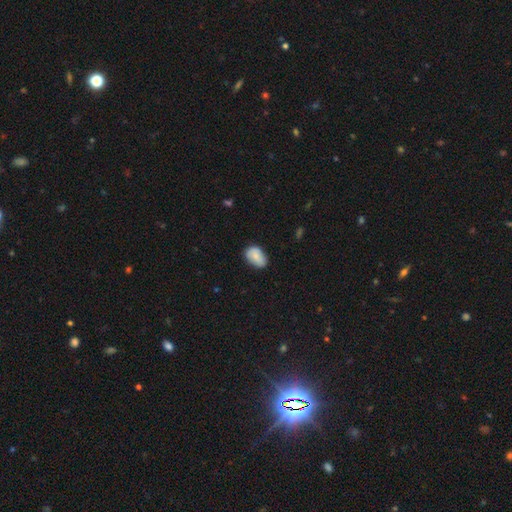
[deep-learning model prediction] Q: Smooth or featured?
A: smooth (76%); runner-up: featured or disk (17%)
Q: How rounded?
A: in between (87%); runner-up: round (11%)
Q: Merging?
A: none (69%); runner-up: minor disturbance (26%)